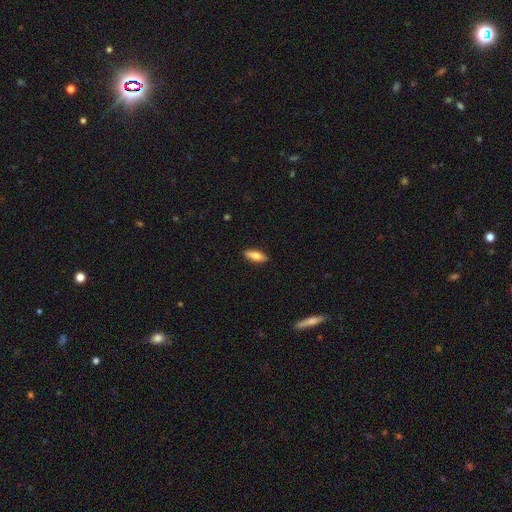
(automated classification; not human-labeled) This appears to be a smooth galaxy with no disk features (70%) that is in between round and cigar-shaped (63%). Merging: none (89%).